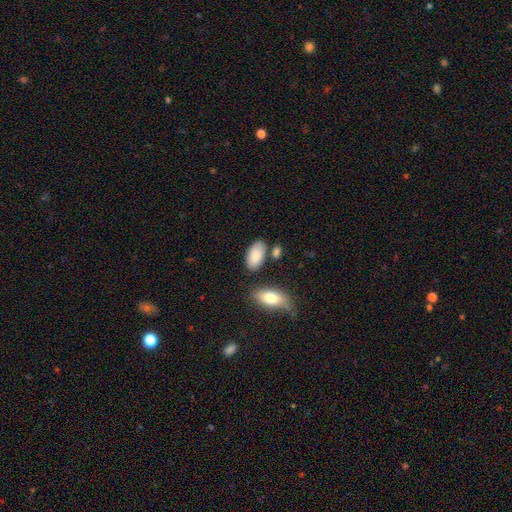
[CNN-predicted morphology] Smooth or featured? smooth (86%)
How rounded? in between (95%)
Merging? none (70%)